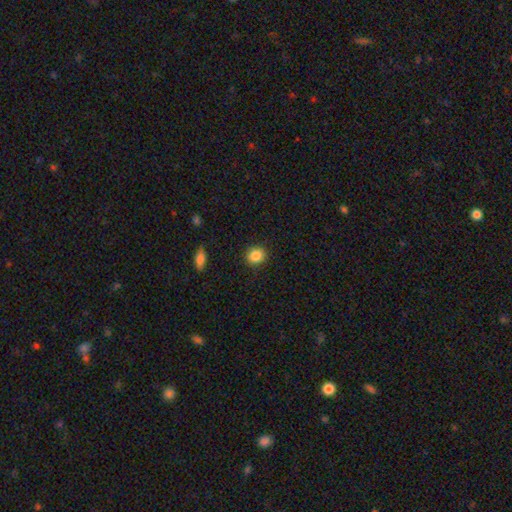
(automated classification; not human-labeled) Smooth or featured?
  - smooth: 86% *
  - star or artifact: 9%
  - featured or disk: 5%
How rounded?
  - round: 72% *
  - in between: 26%
  - cigar-shaped: 1%
Merging?
  - none: 90% *
  - minor disturbance: 7%
  - major disturbance: 2%
  - merger: 1%